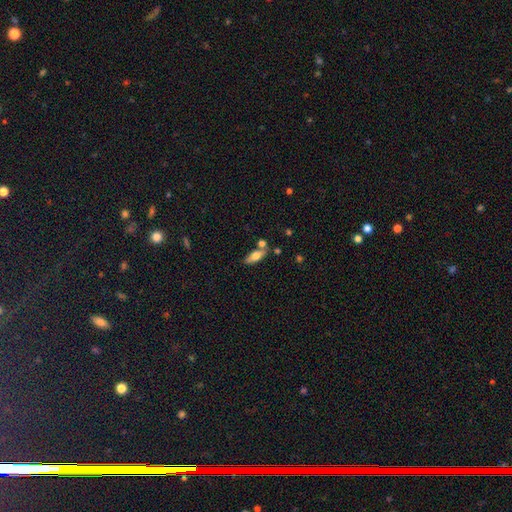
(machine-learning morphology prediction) Smooth or featured?
  - smooth: 65% *
  - featured or disk: 28%
  - star or artifact: 7%
How rounded?
  - in between: 66% *
  - cigar-shaped: 31%
  - round: 3%
Merging?
  - none: 65% *
  - merger: 16%
  - minor disturbance: 15%
  - major disturbance: 4%